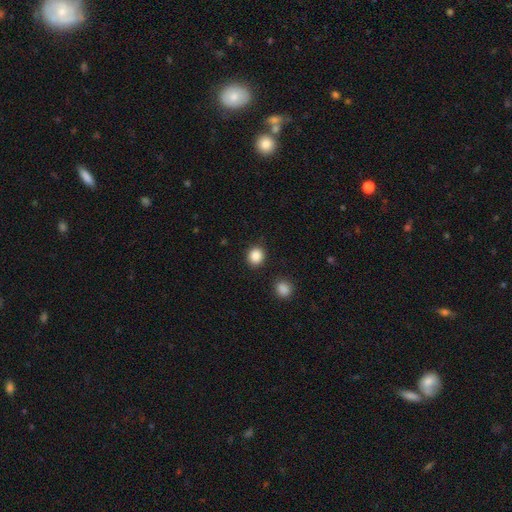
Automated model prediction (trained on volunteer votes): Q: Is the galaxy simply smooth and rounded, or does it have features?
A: smooth — 87%.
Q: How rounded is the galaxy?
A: round — 82%.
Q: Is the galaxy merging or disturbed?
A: none — 89%.